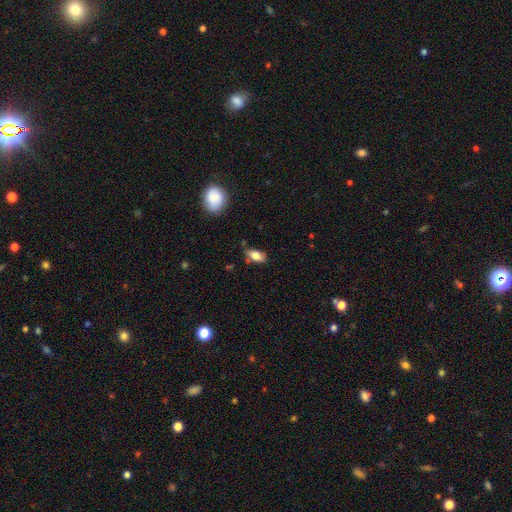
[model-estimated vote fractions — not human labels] A smooth galaxy with no disk features (78%) that is in between round and cigar-shaped (86%). Merging: none (64%).